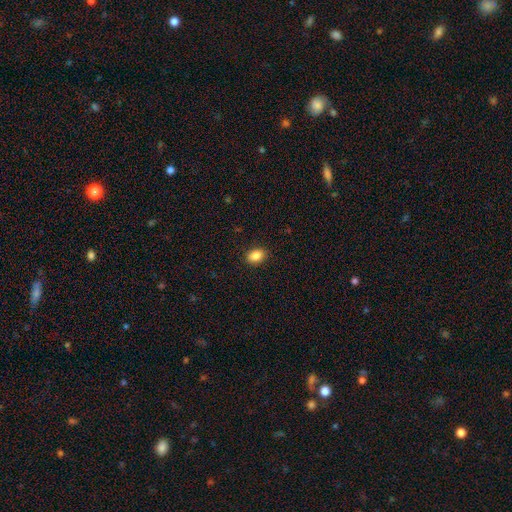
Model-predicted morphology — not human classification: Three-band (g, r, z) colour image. It shows a smooth galaxy with no disk features (87%) that is in between round and cigar-shaped (75%). Merging: none (89%).